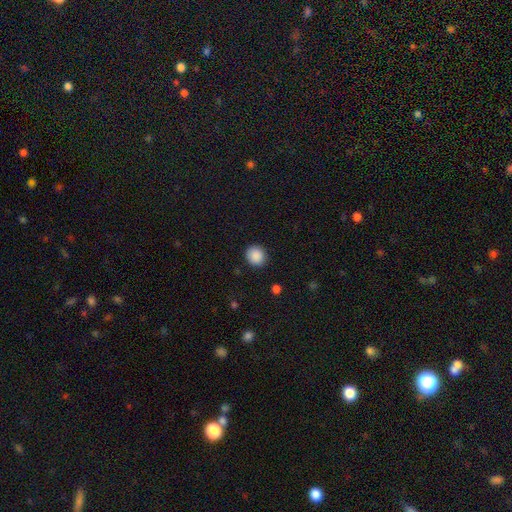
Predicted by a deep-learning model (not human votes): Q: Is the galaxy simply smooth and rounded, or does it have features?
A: smooth — 89%.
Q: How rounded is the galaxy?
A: round — 87%.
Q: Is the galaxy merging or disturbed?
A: none — 90%.